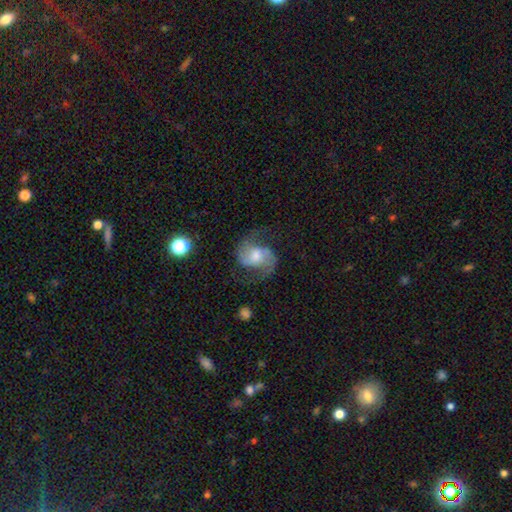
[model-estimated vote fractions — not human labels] smooth-or-featured: featured or disk: 83% | smooth: 10% | star or artifact: 7%
  disk-edge-on: no: 98% | yes: 2%
    bar: weak: 48% | no: 36% | strong: 16%
    has-spiral-arms: yes: 96% | no: 4%
      spiral-winding: medium: 50% | loose: 39% | tight: 11%
      spiral-arm-count: 2: 92% | can't tell: 3% | 1: 2% | 3: 1% | 4: 1% | more than 4: 1%
    bulge-size: moderate: 55% | small: 27% | large: 11% | none: 6% | dominant: 2%
  merging: none: 71% | minor disturbance: 16% | major disturbance: 11% | merger: 2%